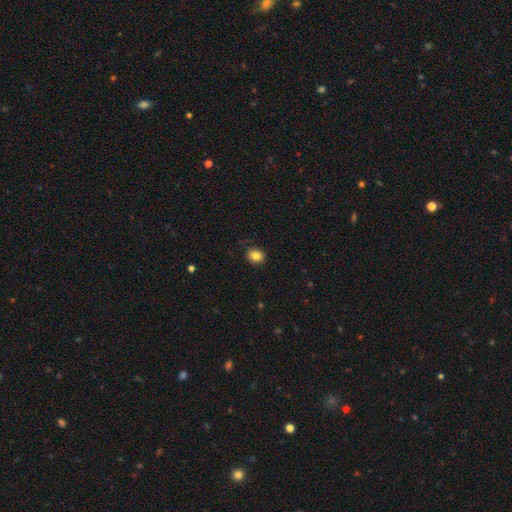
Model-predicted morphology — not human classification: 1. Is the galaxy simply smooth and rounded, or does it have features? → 83% smooth, 10% star or artifact, 7% featured or disk.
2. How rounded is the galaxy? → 66% round, 33% in between, 1% cigar-shaped.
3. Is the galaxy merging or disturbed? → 83% none, 13% minor disturbance, 3% major disturbance, 1% merger.